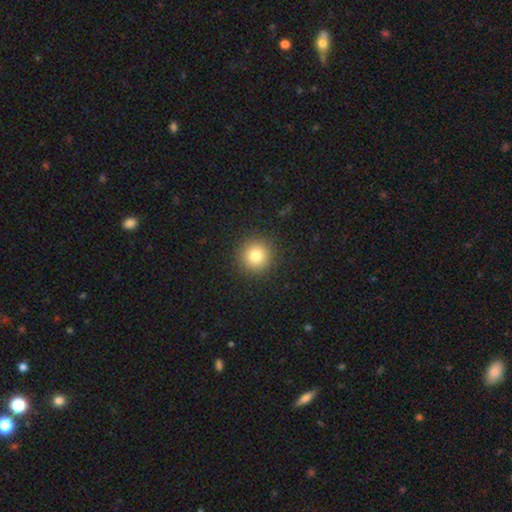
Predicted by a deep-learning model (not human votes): Smooth or featured? Predicted: smooth (p=0.81). How rounded? Predicted: round (p=0.94). Merging? Predicted: none (p=0.91).